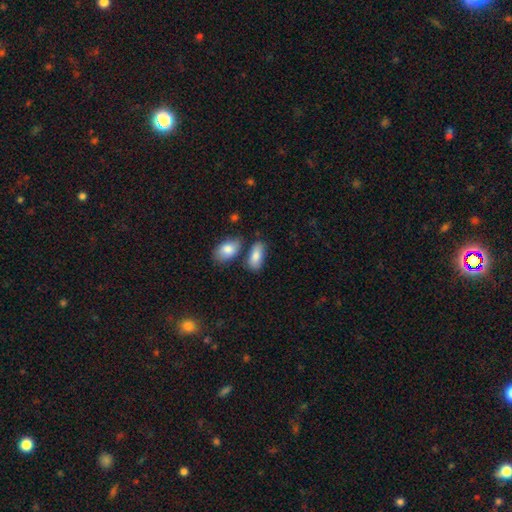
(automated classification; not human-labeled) Smooth or featured: smooth — 84% (featured or disk — 10%)
How rounded: in between — 92% (cigar-shaped — 6%)
Merging: none — 63% (merger — 18%)